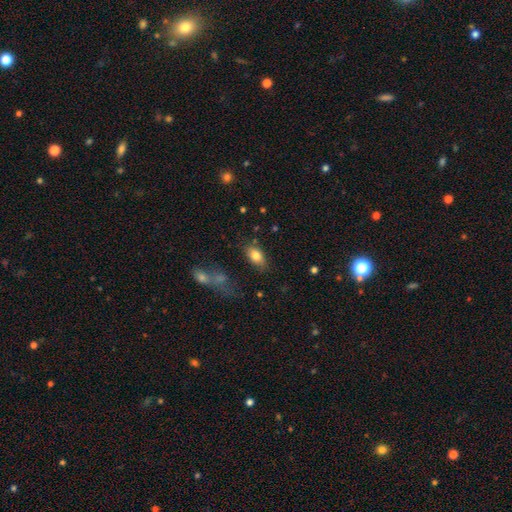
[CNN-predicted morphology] type=smooth (81%); roundness=in between (90%); merging=none (75%).